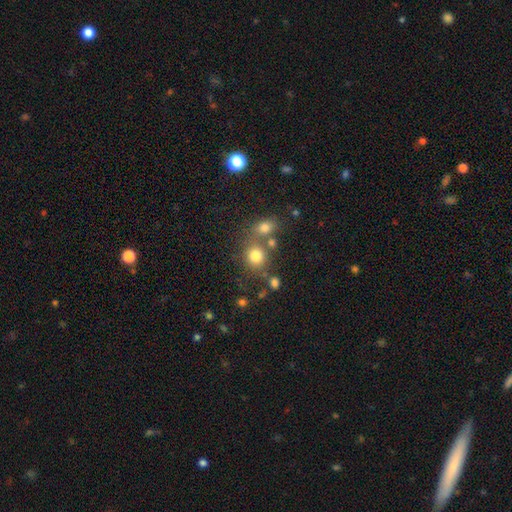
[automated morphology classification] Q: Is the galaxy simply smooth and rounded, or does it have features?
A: smooth — 78%.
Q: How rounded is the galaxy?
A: round — 82%.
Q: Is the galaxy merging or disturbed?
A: none — 59%.